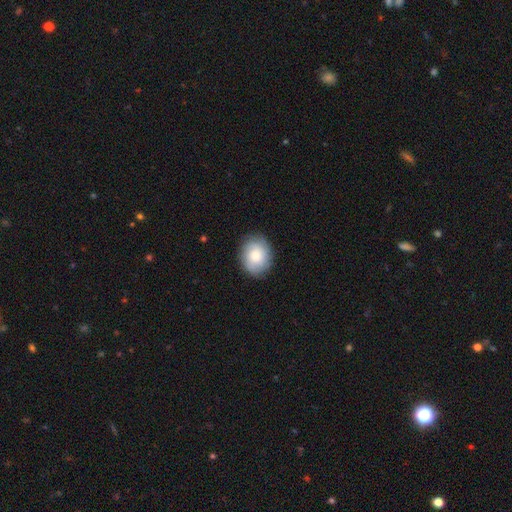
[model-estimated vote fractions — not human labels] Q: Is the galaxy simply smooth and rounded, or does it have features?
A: smooth — 63%.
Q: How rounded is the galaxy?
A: round — 58%.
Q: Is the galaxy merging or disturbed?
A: none — 83%.